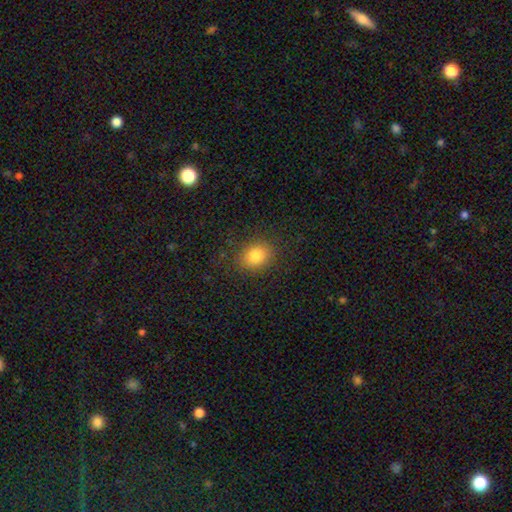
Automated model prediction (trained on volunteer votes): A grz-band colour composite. It shows a smooth galaxy with no disk features (83%) that is round (52%). Merging: none (86%).